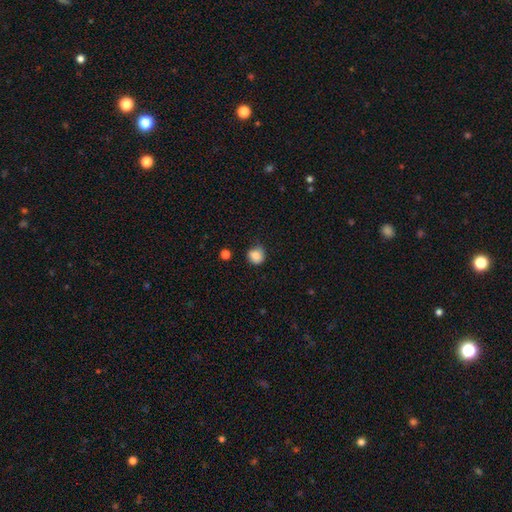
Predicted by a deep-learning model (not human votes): Smooth or featured: smooth — 84% (star or artifact — 10%)
How rounded: round — 81% (in between — 18%)
Merging: none — 70% (minor disturbance — 23%)